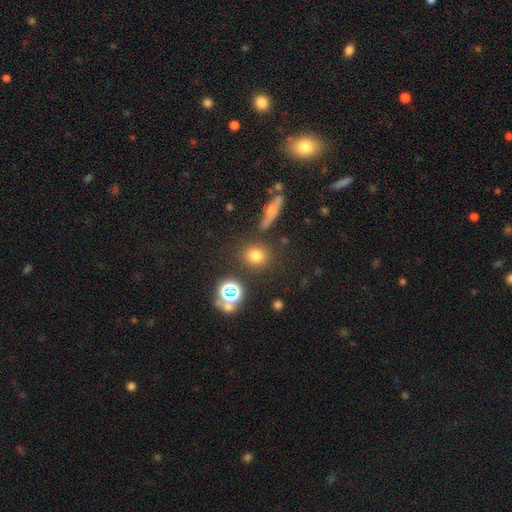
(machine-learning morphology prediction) Overall: smooth (73%). How rounded: round (78%). Merging: none (83%).